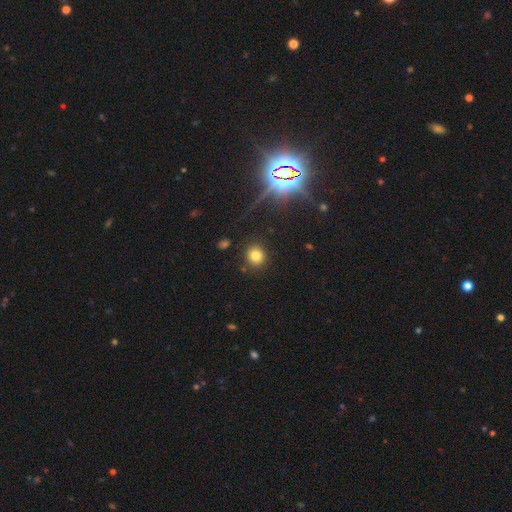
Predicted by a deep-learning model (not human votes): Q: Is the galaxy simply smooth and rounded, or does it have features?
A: smooth — 78%.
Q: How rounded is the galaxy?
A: round — 88%.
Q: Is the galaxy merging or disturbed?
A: none — 87%.